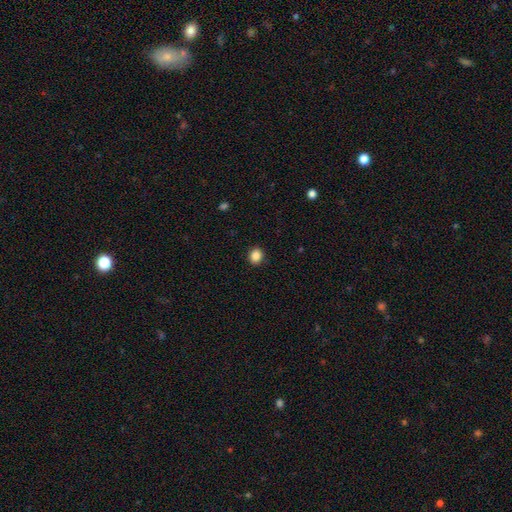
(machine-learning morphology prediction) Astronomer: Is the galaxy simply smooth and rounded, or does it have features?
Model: smooth — 87%.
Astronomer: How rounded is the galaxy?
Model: round — 68%.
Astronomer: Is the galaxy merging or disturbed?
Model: none — 91%.